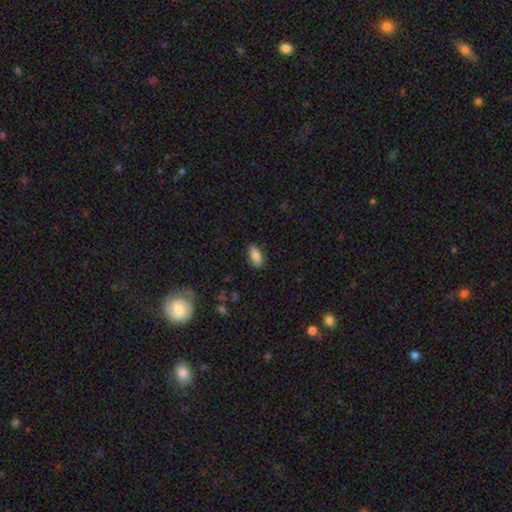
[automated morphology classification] smooth-or-featured: smooth: 86% | star or artifact: 8% | featured or disk: 7%
  how-rounded: in between: 90% | cigar-shaped: 7% | round: 3%
  merging: none: 86% | minor disturbance: 11% | major disturbance: 2% | merger: 1%